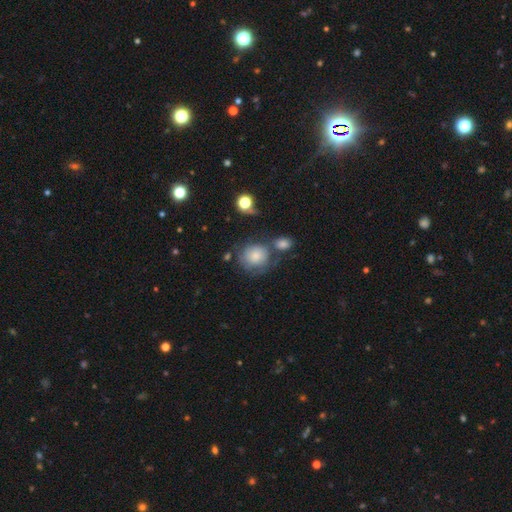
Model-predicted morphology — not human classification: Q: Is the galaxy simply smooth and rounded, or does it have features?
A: smooth — 73%.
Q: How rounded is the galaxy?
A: round — 81%.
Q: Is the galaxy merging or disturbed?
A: none — 46%.